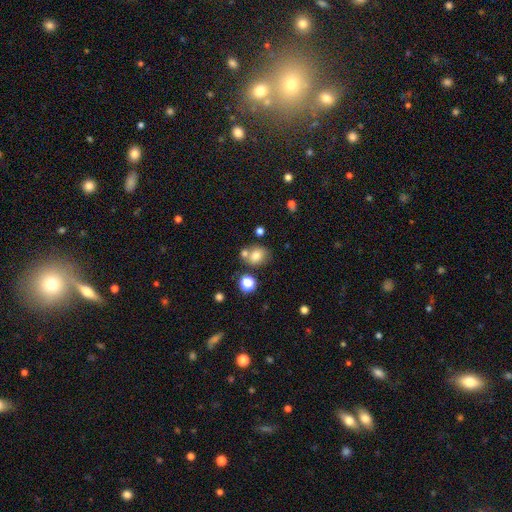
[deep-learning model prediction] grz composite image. It shows a smooth galaxy with no disk features (75%) that is round (61%). Merging: none (58%).